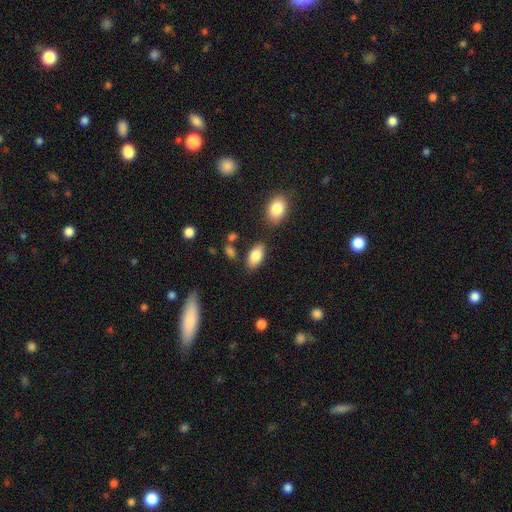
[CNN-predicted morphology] A smooth galaxy with no disk features (86%) that is in between round and cigar-shaped (93%).

Vote fractions:
- Smooth or featured? smooth: 86% / featured or disk: 7% / star or artifact: 7%
- How rounded? in between: 93% / round: 4% / cigar-shaped: 3%
- Merging? none: 80% / minor disturbance: 12% / merger: 5% / major disturbance: 3%